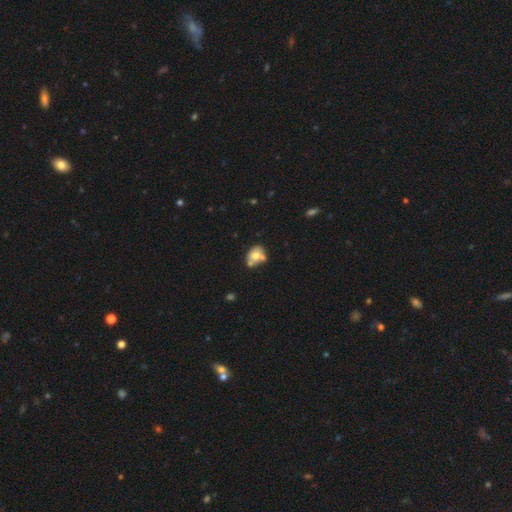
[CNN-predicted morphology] Smooth or featured? Predicted: smooth (p=0.65). How rounded? Predicted: in between (p=0.58). Merging? Predicted: none (p=0.43).